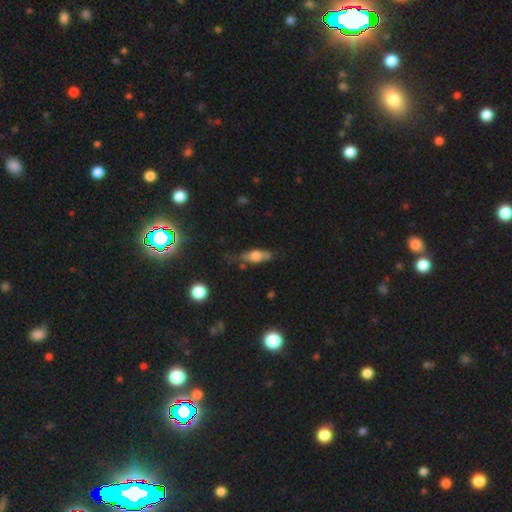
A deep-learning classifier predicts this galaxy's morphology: type=smooth (52%); roundness=in between (59%); merging=none (58%).